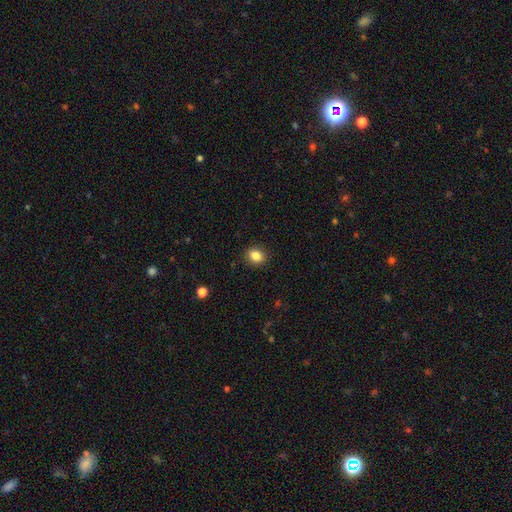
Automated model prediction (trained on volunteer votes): Smooth or featured?
  - smooth: 85% *
  - star or artifact: 10%
  - featured or disk: 5%
How rounded?
  - round: 54% *
  - in between: 45%
  - cigar-shaped: 1%
Merging?
  - none: 90% *
  - minor disturbance: 7%
  - major disturbance: 2%
  - merger: 1%